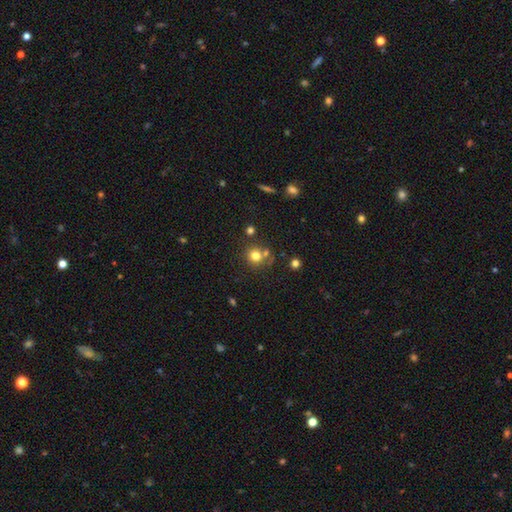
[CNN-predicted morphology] smooth-or-featured: smooth: 75% | star or artifact: 15% | featured or disk: 9%
  how-rounded: round: 88% | in between: 11% | cigar-shaped: 1%
  merging: none: 65% | merger: 20% | minor disturbance: 10% | major disturbance: 5%